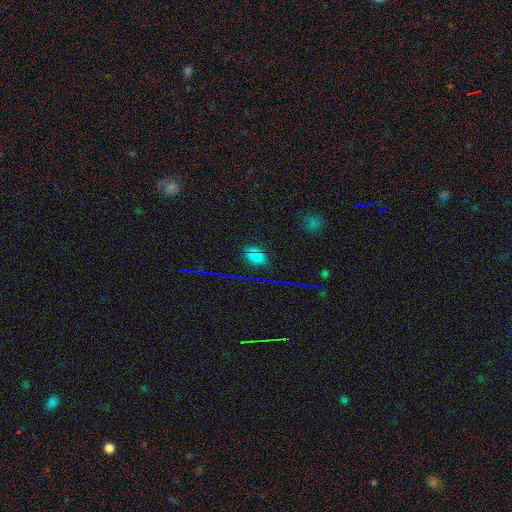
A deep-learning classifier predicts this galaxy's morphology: Smooth or featured? Predicted: smooth (p=0.51). How rounded? Predicted: in between (p=0.76). Merging? Predicted: none (p=0.81).